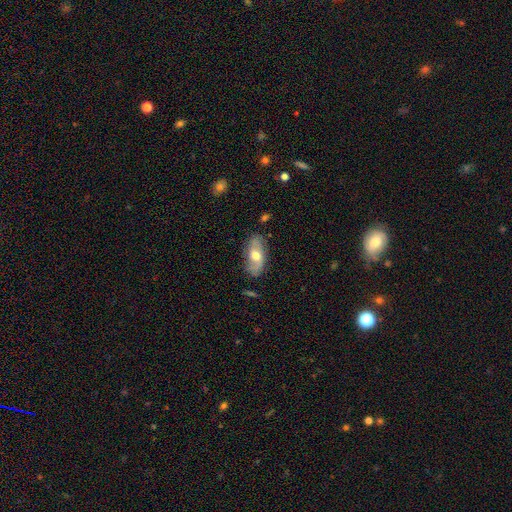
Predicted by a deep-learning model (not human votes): Smooth or featured? Predicted: featured or disk (p=0.51). Edge-on disk? Predicted: no (p=0.87). Merging? Predicted: none (p=0.76).